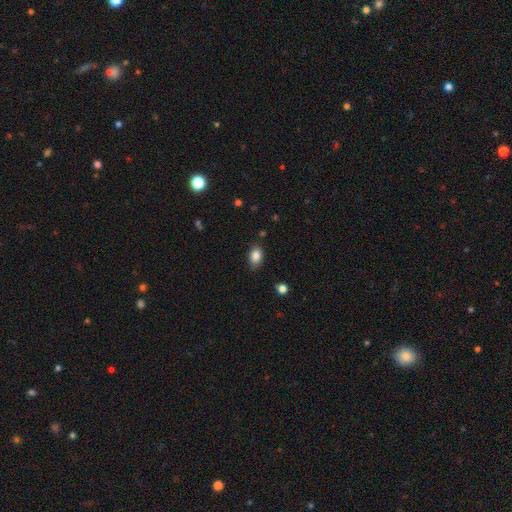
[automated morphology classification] smooth 86%, star or artifact 9%, featured or disk 6%. Down the decision tree: how rounded — in between (84%); merging — none (79%).